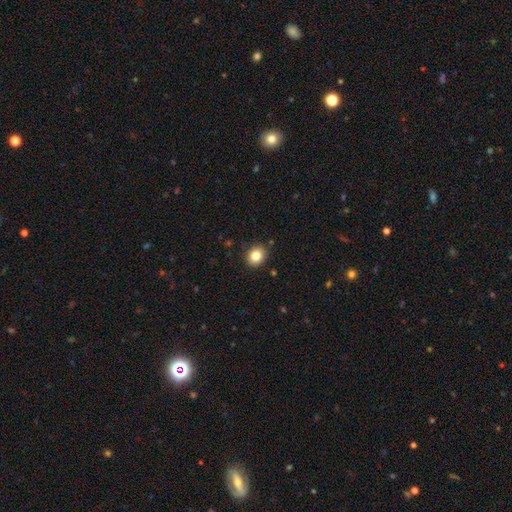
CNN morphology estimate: A smooth galaxy with no disk features (83%) that is round (67%). Merging: none (89%).